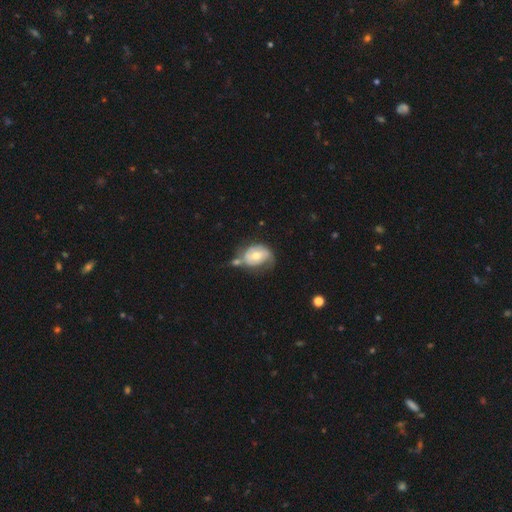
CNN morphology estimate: Smooth or featured?
  - featured or disk: 57% *
  - smooth: 37%
  - star or artifact: 6%
Edge-on disk?
  - no: 96% *
  - yes: 4%
Bar?
  - no: 61% *
  - weak: 29%
  - strong: 9%
Spiral arms?
  - yes: 64% *
  - no: 36%
Bulge size?
  - moderate: 71% *
  - small: 20%
  - large: 7%
  - none: 1%
  - dominant: 1%
Merging?
  - none: 29% *
  - merger: 26%
  - minor disturbance: 25%
  - major disturbance: 19%